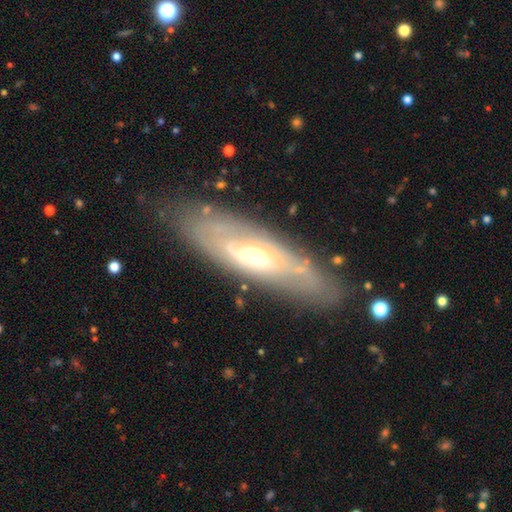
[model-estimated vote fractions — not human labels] Overall: featured or disk (70%). Edge-on disk: no (70%). Merging: none (78%).